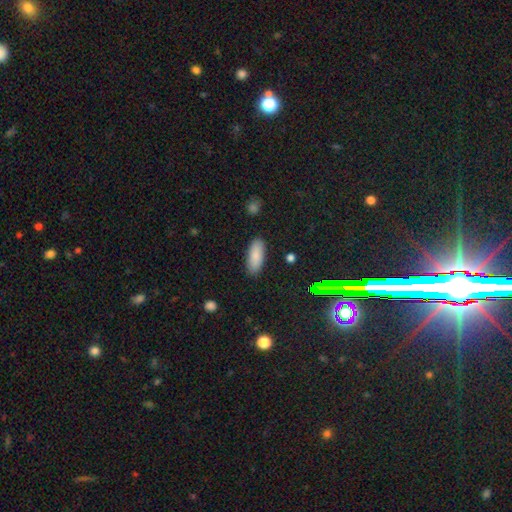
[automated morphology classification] Smooth or featured? smooth (86%)
How rounded? in between (78%)
Merging? none (88%)